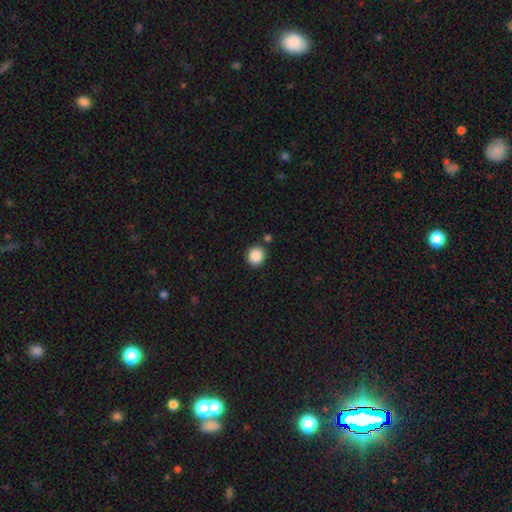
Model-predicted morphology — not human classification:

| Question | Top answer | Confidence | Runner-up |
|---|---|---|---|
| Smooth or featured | smooth | 88% | star or artifact (9%) |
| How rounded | round | 86% | in between (14%) |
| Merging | none | 84% | minor disturbance (8%) |